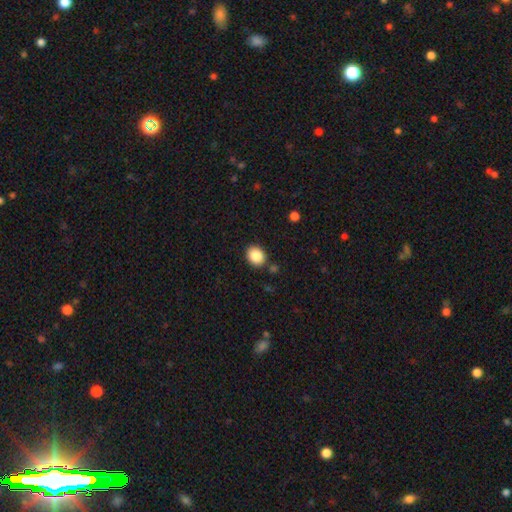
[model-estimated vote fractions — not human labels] Q: Smooth or featured?
A: smooth (86%); runner-up: star or artifact (9%)
Q: How rounded?
A: round (56%); runner-up: in between (43%)
Q: Merging?
A: none (86%); runner-up: minor disturbance (9%)